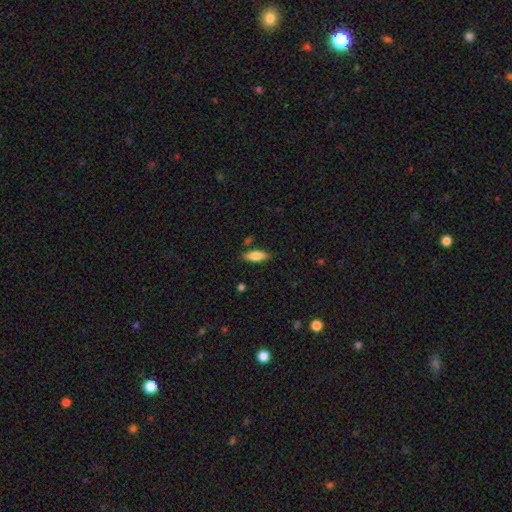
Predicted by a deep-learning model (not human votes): Morphology: type=smooth (78%); roundness=in between (67%); merging=none (80%).